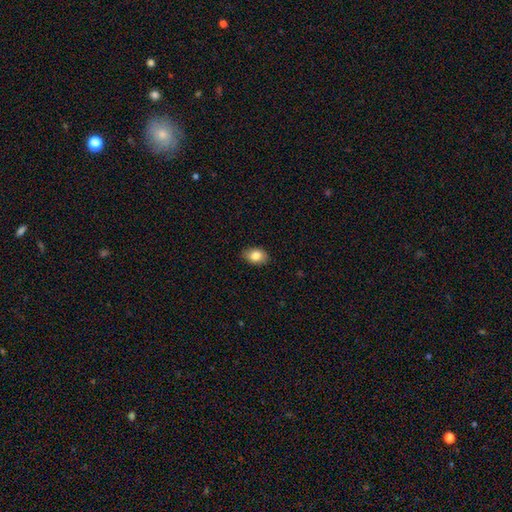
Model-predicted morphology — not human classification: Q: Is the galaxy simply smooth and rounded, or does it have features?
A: smooth — 83%.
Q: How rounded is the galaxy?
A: in between — 81%.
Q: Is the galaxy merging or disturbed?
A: none — 87%.